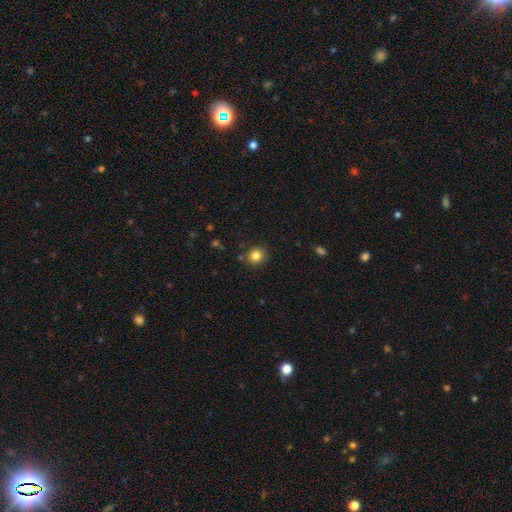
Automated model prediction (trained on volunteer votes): smooth 83%, star or artifact 11%, featured or disk 6%. Down the decision tree: how rounded — round (89%); merging — none (87%).